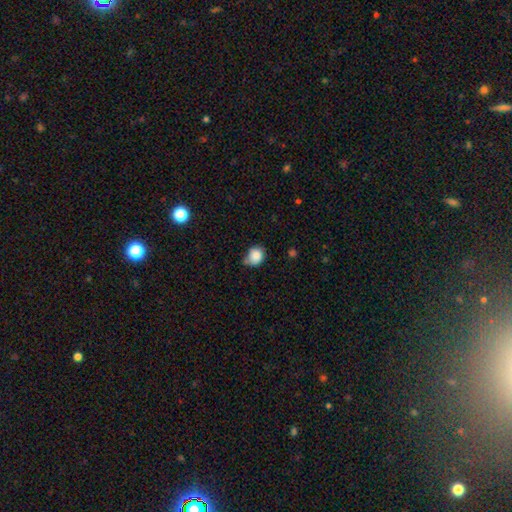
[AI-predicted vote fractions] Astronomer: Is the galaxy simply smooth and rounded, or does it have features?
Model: smooth — 84%.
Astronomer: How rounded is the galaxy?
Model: round — 66%.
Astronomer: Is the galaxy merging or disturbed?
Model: none — 51% (runner-up: minor disturbance, 35%).